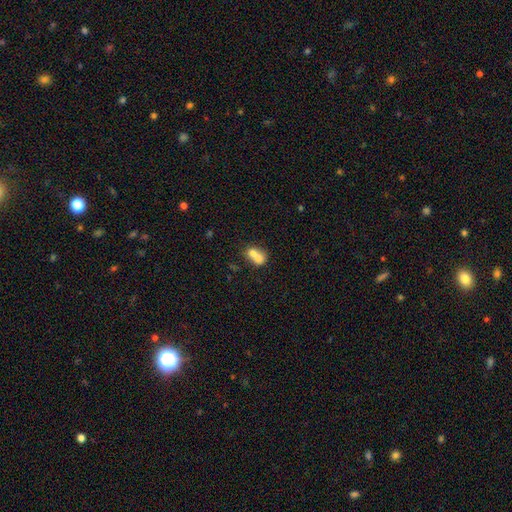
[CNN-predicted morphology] Overall: smooth (69%). How rounded: round (51%; in between 47%). Merging: merger (70%).